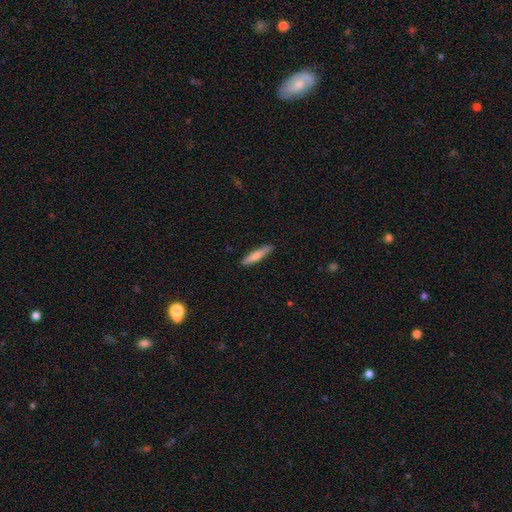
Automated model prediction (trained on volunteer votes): Overall: smooth (65%; featured or disk 29%). How rounded: cigar-shaped (88%). Merging: none (90%).